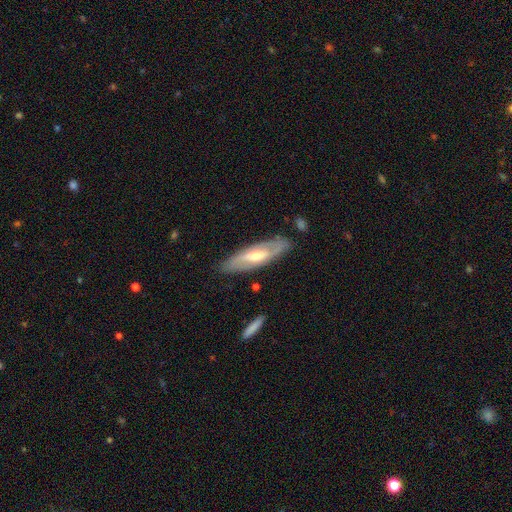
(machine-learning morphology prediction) This is likely a featured or disk galaxy (68%). It is likely not viewed edge-on (73%). Merging: clearly none (82%).